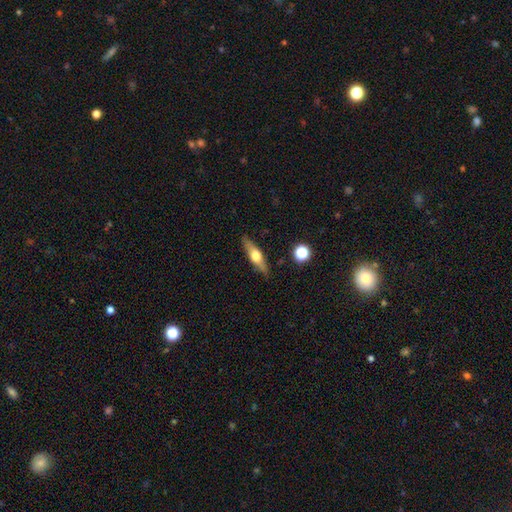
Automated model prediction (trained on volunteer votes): smooth-or-featured: featured or disk: 50% | smooth: 43% | star or artifact: 7%
  disk-edge-on: yes: 89% | no: 11%
  merging: none: 87% | minor disturbance: 9% | major disturbance: 2% | merger: 2%